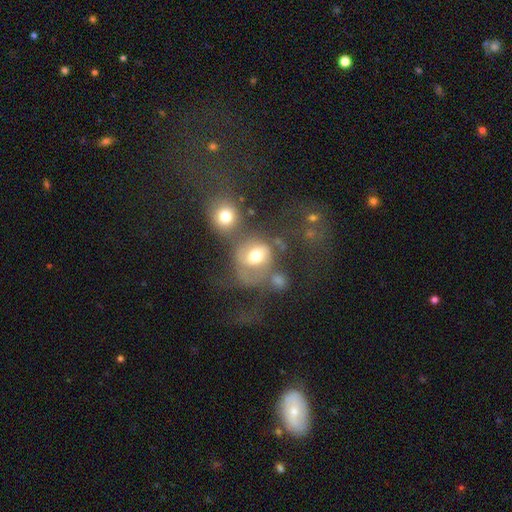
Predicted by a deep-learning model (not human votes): Smooth or featured: smooth — 54% (featured or disk — 33%)
How rounded: round — 57% (in between — 42%)
Merging: merger — 45% (none — 22%)